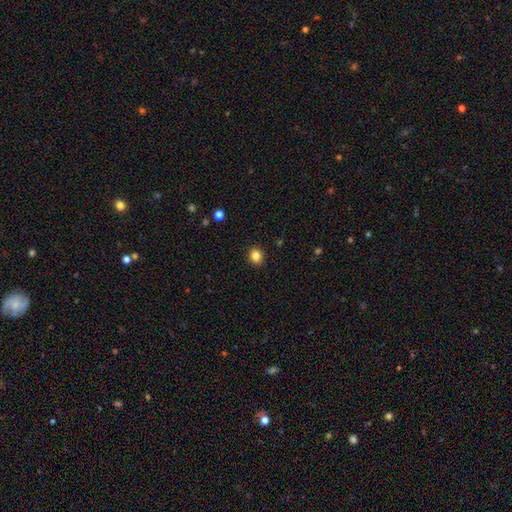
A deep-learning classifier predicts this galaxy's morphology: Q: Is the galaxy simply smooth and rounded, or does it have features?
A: smooth — 85%.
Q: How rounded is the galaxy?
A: round — 72%.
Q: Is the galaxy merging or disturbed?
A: none — 91%.